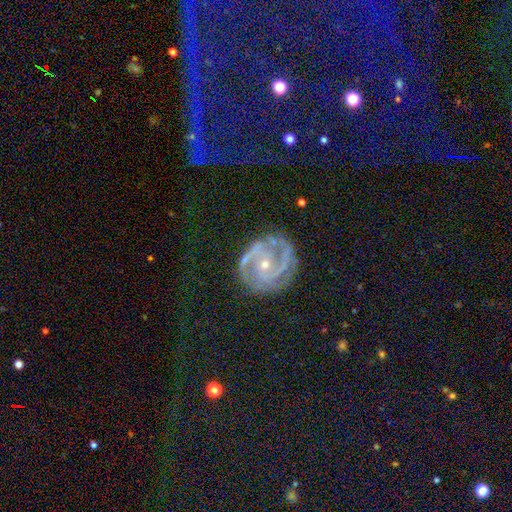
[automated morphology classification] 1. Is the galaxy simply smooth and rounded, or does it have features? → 88% featured or disk, 7% star or artifact, 5% smooth.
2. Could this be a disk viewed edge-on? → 98% no, 2% yes.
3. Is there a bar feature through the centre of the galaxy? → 57% no, 30% weak, 13% strong.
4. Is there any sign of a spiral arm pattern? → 97% yes, 3% no.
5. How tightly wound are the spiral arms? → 53% tight, 39% medium, 8% loose.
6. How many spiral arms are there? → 57% 2, 20% 3, 9% can't tell, 5% 4, 4% 1, 4% more than 4.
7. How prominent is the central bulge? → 66% small, 31% moderate, 1% none, 1% large, 1% dominant.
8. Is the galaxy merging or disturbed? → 70% none, 19% minor disturbance, 9% major disturbance, 2% merger.